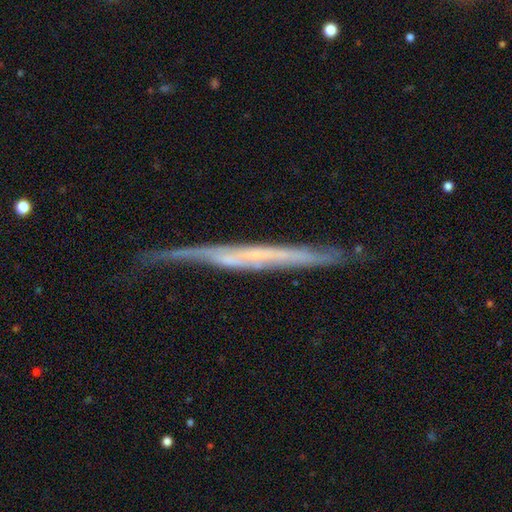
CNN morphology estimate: A featured or disk galaxy (71%) viewed edge-on (91%) with no central bulge (79%). Merging: none (60%).